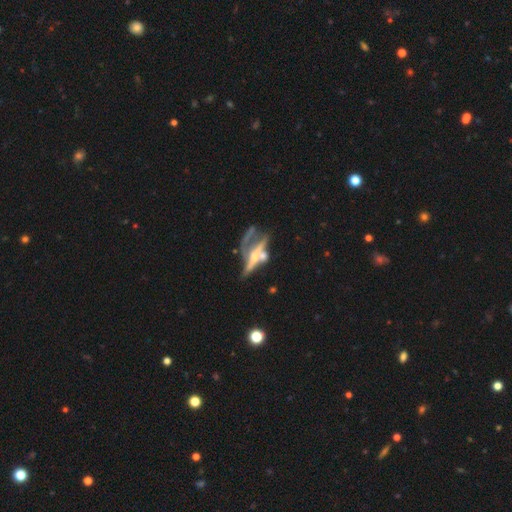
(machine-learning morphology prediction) Smooth or featured?
  - featured or disk: 67% *
  - smooth: 22%
  - star or artifact: 10%
Edge-on disk?
  - no: 56% *
  - yes: 44%
Merging?
  - merger: 43% *
  - major disturbance: 23%
  - none: 22%
  - minor disturbance: 11%